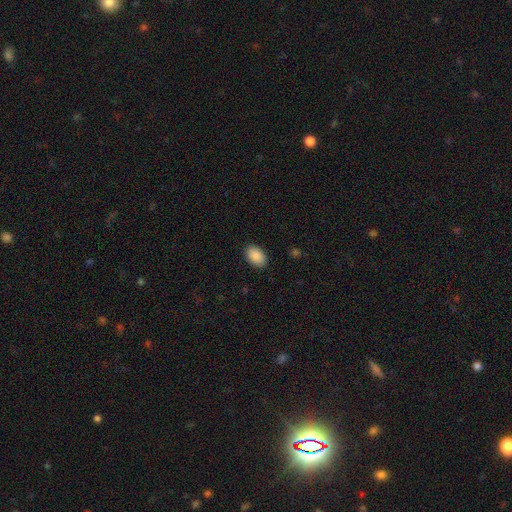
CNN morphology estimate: Smooth or featured? smooth (89%)
How rounded? in between (89%)
Merging? none (89%)